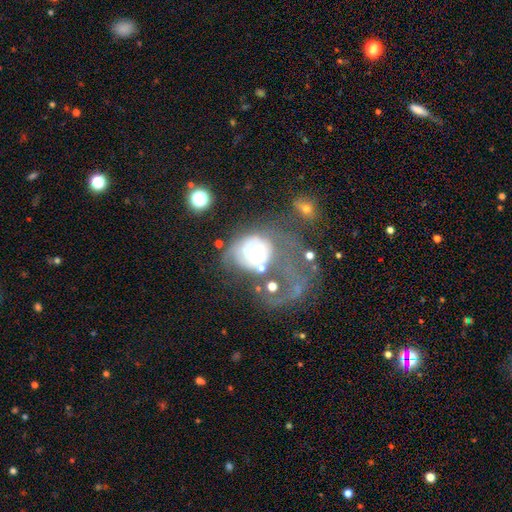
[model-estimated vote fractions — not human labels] Morphology: type=featured or disk (67%); edge-on=no (97%); bar=no (78%); spiral arms=yes (56%); bulge=moderate (62%); merging=major disturbance (50%).